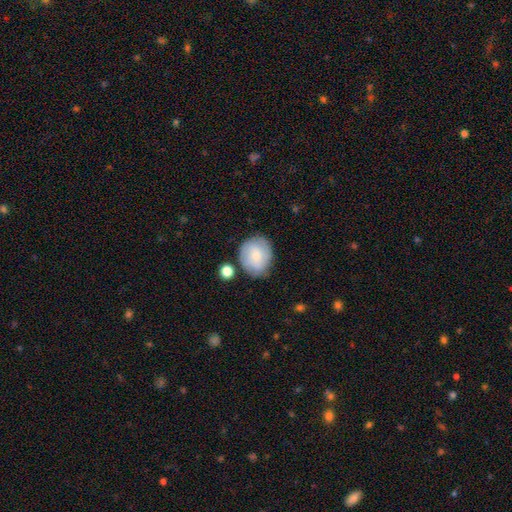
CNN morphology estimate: smooth 70%, featured or disk 23%, star or artifact 7%. Down the decision tree: how rounded — round (59%); merging — none (69%).